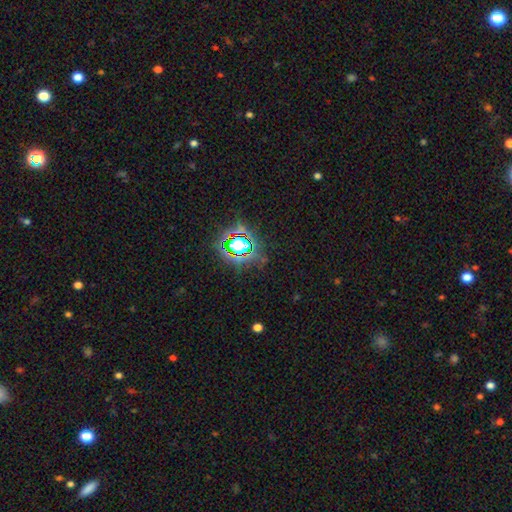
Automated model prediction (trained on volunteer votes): Smooth or featured? star or artifact (77%)